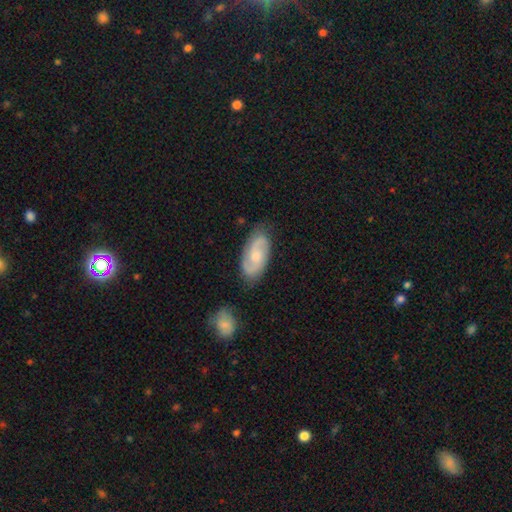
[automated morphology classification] type=featured or disk (74%); edge-on=no (95%); bar=no (58%); spiral arms=yes (95%); winding=medium (49%); arm count=2 (87%); bulge=moderate (44%); merging=none (77%).